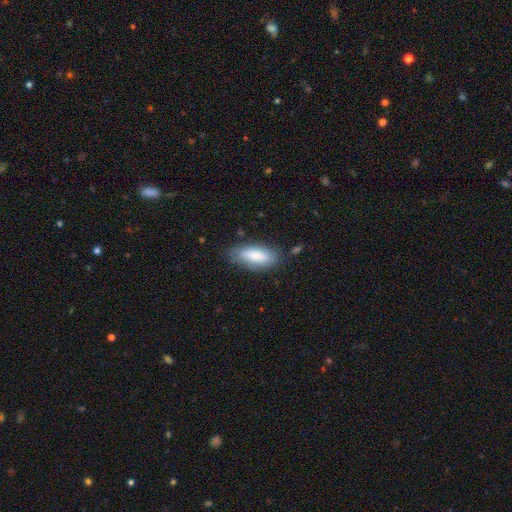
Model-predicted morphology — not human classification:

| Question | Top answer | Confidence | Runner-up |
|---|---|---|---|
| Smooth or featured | smooth | 85% | featured or disk (9%) |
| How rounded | in between | 80% | cigar-shaped (18%) |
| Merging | none | 76% | minor disturbance (17%) |